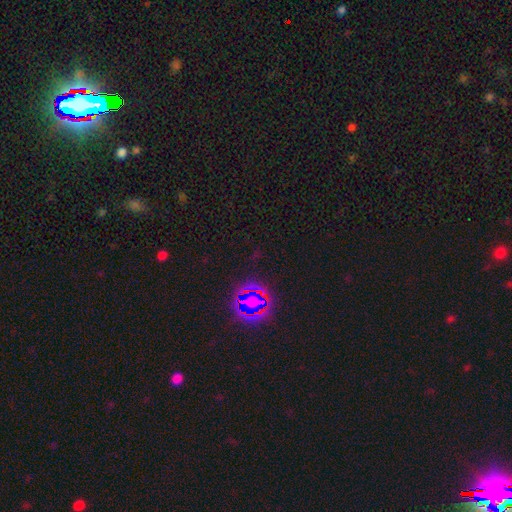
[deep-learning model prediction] smooth-or-featured: star or artifact: 72% | smooth: 18% | featured or disk: 10%